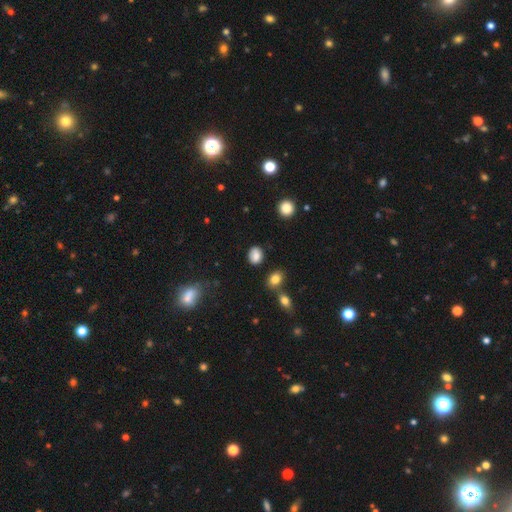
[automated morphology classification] smooth 82%, star or artifact 10%, featured or disk 8%. Down the decision tree: how rounded — in between (59%); merging — none (80%).